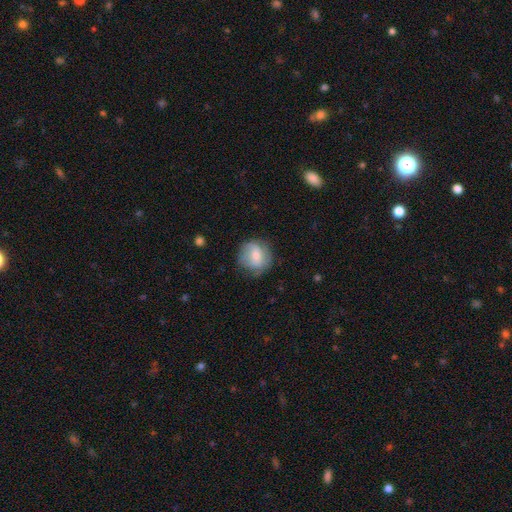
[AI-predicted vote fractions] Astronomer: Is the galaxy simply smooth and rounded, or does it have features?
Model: smooth — 66%.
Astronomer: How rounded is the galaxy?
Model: round — 84%.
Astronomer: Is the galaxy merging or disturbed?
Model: none — 70%.